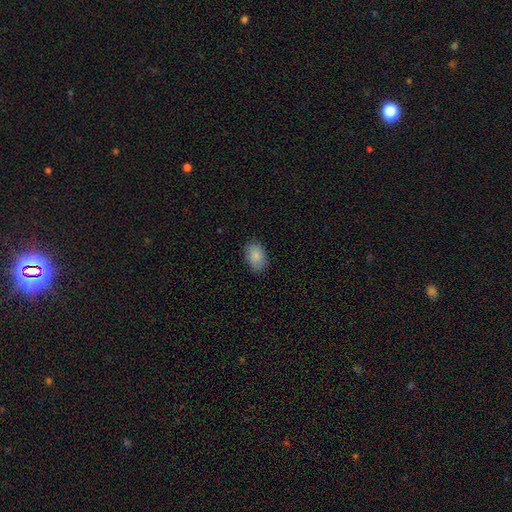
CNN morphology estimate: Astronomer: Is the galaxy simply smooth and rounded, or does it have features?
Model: smooth — 87%.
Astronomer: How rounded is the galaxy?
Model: in between — 86%.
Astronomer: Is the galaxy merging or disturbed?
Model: none — 85%.